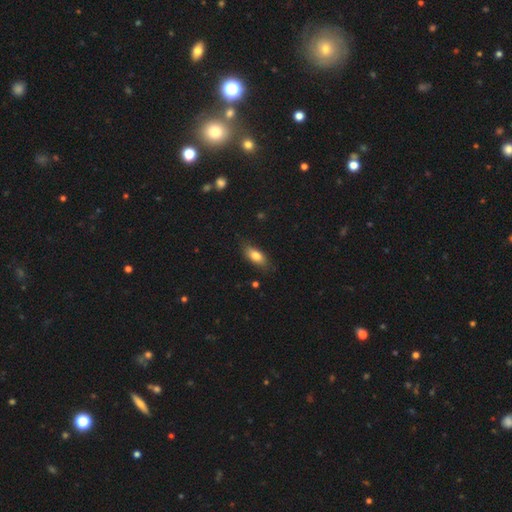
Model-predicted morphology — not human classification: This is likely a smooth galaxy (79%). How rounded: clearly in between (83%). Merging: likely none (79%).